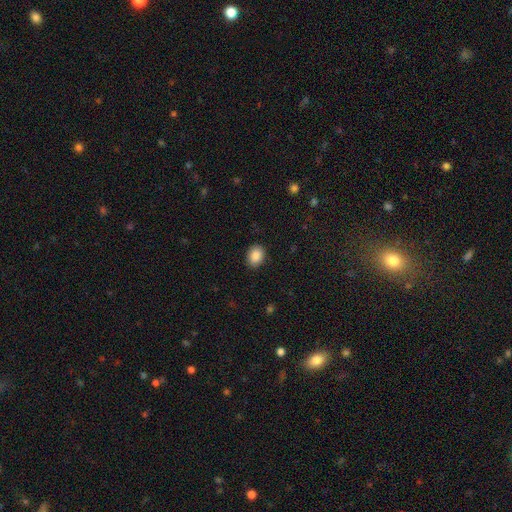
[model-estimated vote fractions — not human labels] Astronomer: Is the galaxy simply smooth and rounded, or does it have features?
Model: smooth — 89%.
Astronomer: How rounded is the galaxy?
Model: in between — 63%.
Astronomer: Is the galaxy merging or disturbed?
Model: none — 88%.